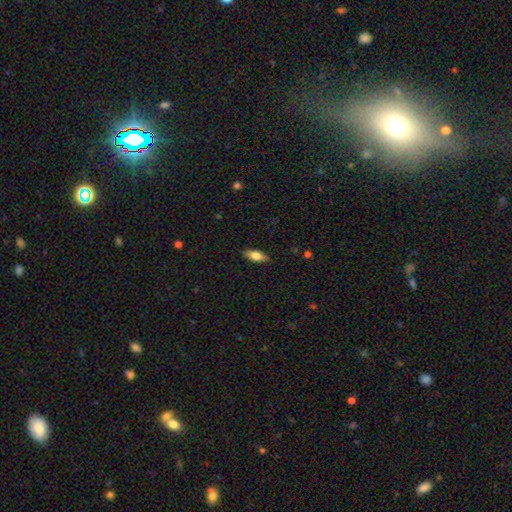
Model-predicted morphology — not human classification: A smooth galaxy with no disk features (68%) that is in between round and cigar-shaped (72%).

Vote fractions:
- Smooth or featured? smooth: 68% / featured or disk: 26% / star or artifact: 7%
- How rounded? in between: 72% / cigar-shaped: 26% / round: 3%
- Merging? none: 86% / minor disturbance: 11% / major disturbance: 2% / merger: 1%